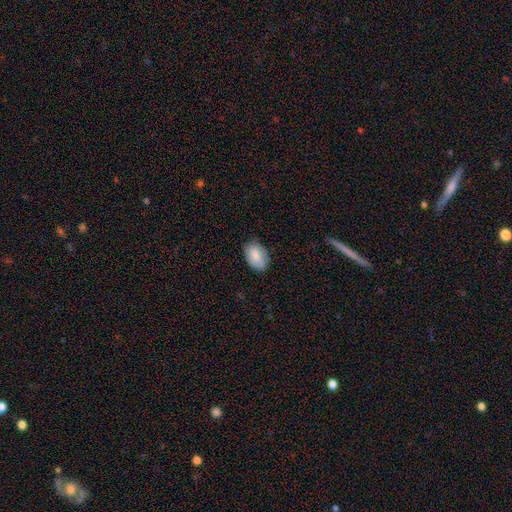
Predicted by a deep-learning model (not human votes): This appears to be a smooth galaxy with no disk features (85%) that is in between round and cigar-shaped (90%). Merging: none (81%).